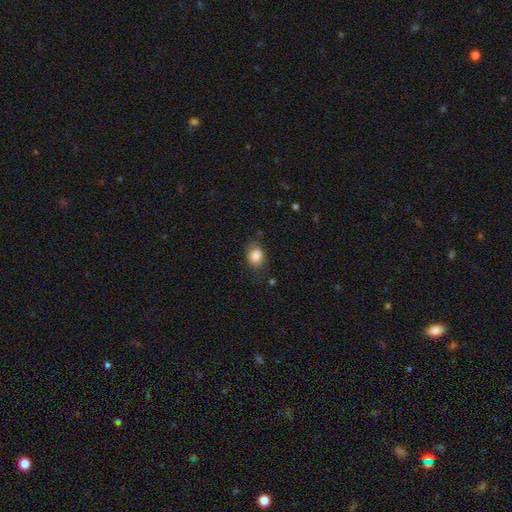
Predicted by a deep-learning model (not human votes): Overall: smooth (85%). How rounded: in between (59%; round 40%). Merging: none (72%).